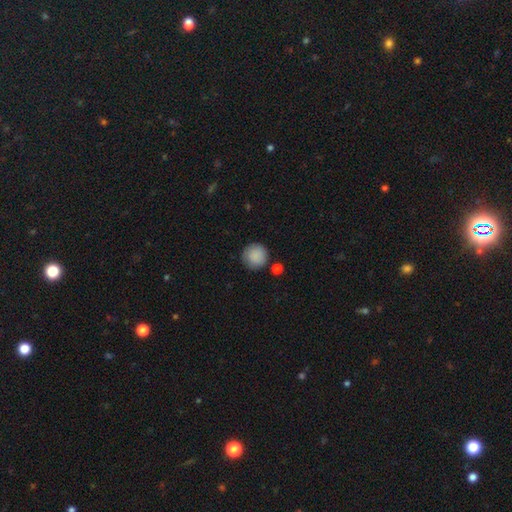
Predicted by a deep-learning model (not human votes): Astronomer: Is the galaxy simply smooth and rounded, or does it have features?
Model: smooth — 88%.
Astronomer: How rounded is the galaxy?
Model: round — 95%.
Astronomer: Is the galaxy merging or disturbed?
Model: none — 82%.